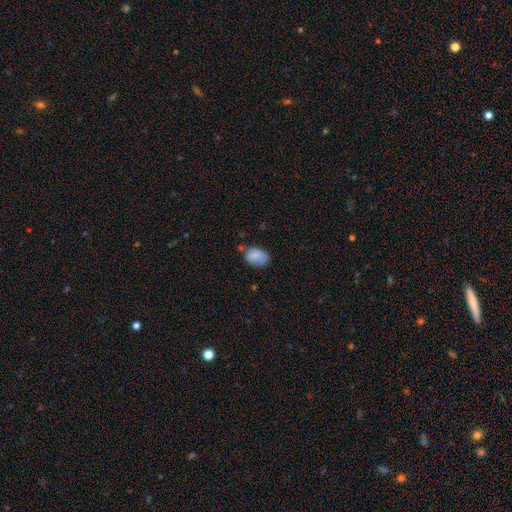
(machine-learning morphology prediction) A smooth galaxy with no disk features (80%) that is in between round and cigar-shaped (78%). Merging: none (52%).